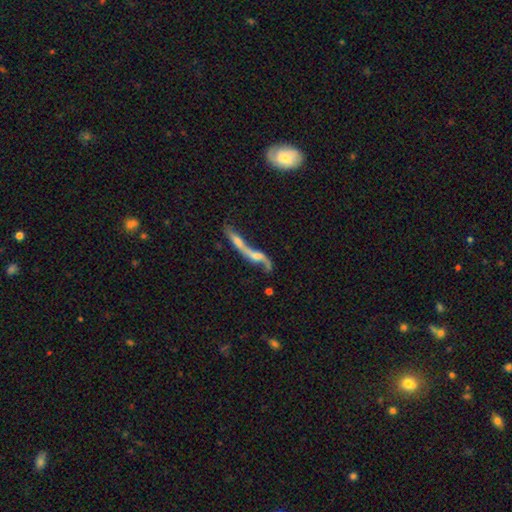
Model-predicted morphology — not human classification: smooth-or-featured: featured or disk: 70% | smooth: 19% | star or artifact: 11%
  disk-edge-on: no: 63% | yes: 37%
  merging: merger: 42% | none: 29% | major disturbance: 16% | minor disturbance: 13%